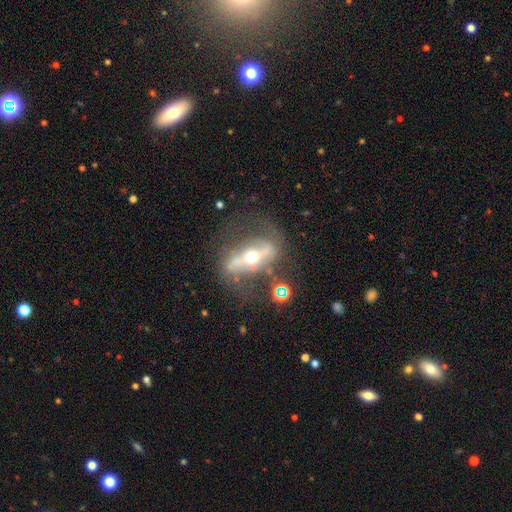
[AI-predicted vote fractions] smooth-or-featured: featured or disk: 78% | smooth: 15% | star or artifact: 8%
  disk-edge-on: no: 78% | yes: 22%
    bar: strong: 60% | no: 22% | weak: 18%
    has-spiral-arms: yes: 55% | no: 45%
    bulge-size: moderate: 67% | small: 25% | large: 6% | dominant: 1% | none: 1%
  merging: none: 57% | major disturbance: 19% | minor disturbance: 19% | merger: 5%